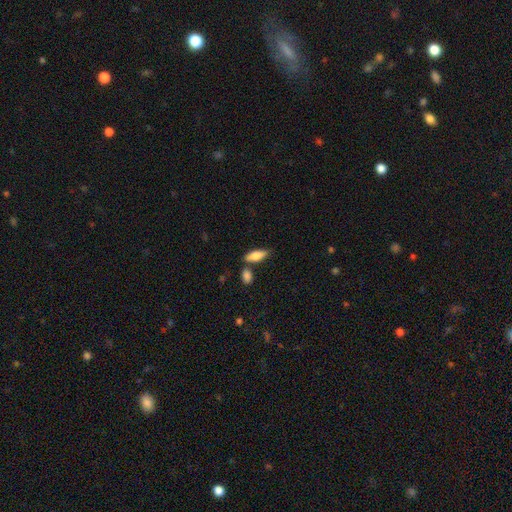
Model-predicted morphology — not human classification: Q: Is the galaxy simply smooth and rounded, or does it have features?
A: smooth — 79%.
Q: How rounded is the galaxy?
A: in between — 69%.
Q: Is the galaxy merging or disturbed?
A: none — 68%.